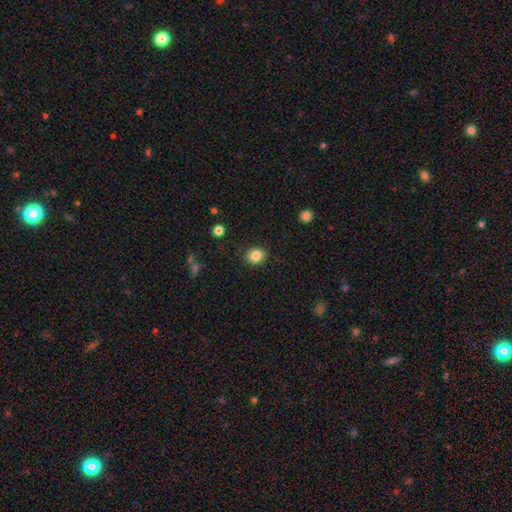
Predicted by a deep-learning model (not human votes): Morphology: type=smooth (84%); roundness=round (65%); merging=none (88%).